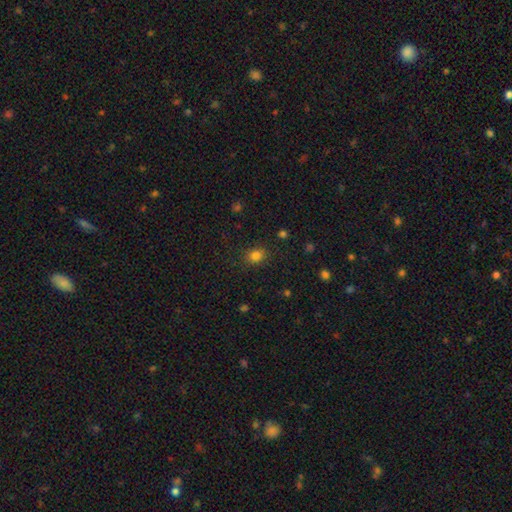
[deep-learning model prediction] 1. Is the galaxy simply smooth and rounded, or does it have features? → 81% smooth, 14% star or artifact, 5% featured or disk.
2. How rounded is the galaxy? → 56% round, 43% in between, 1% cigar-shaped.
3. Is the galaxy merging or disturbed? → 86% none, 10% minor disturbance, 3% major disturbance, 1% merger.